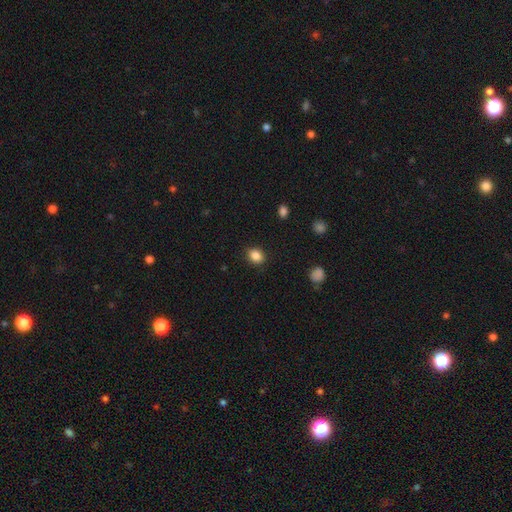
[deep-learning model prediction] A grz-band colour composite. It shows a smooth galaxy with no disk features (87%) that is round (62%). Merging: none (89%).